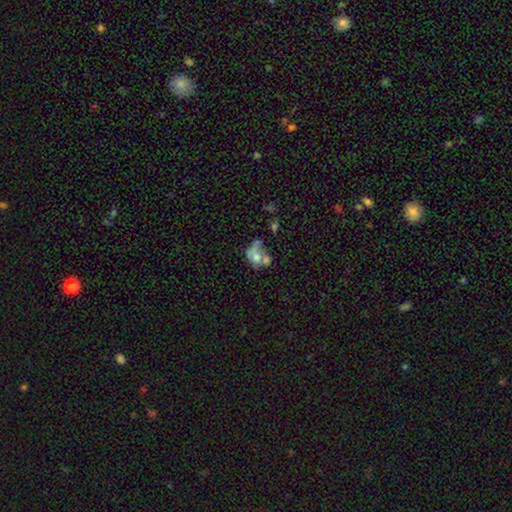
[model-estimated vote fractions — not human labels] Smooth or featured: smooth — 53% (featured or disk — 35%)
How rounded: in between — 63% (round — 36%)
Merging: merger — 47% (major disturbance — 22%)